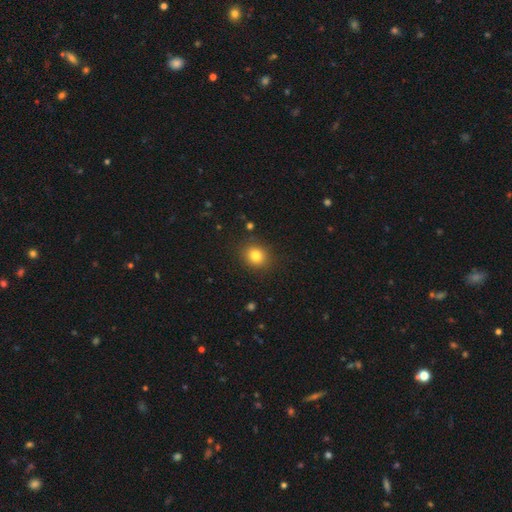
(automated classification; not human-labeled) smooth 81%, star or artifact 12%, featured or disk 7%. Down the decision tree: how rounded — round (71%); merging — none (88%).